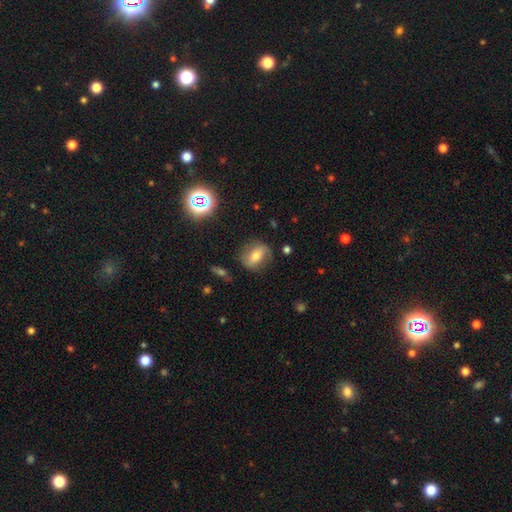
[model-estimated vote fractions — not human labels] Overall: smooth (50%; featured or disk 40%). Merging: none (75%).